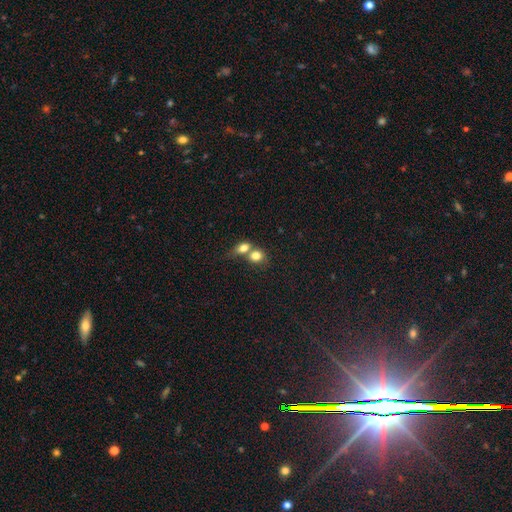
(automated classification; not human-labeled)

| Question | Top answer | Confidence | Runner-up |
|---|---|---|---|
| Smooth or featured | smooth | 78% | featured or disk (12%) |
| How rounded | round | 59% | in between (40%) |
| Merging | merger | 62% | none (27%) |